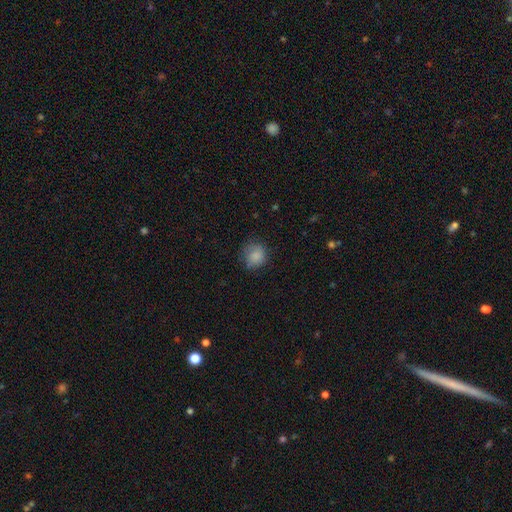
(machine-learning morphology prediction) This is clearly a smooth galaxy (85%). How rounded: clearly round (82%). Merging: likely none (72%).